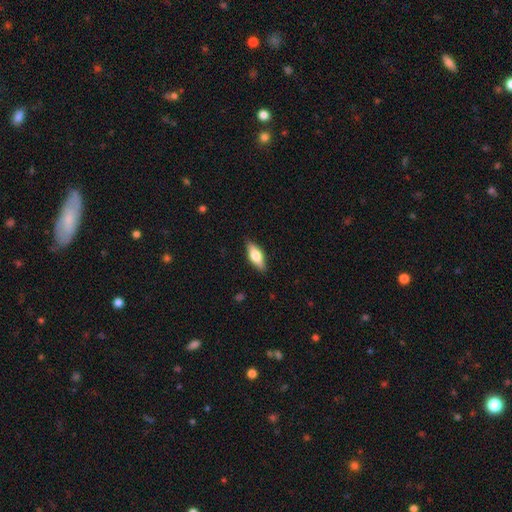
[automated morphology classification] This is likely a smooth galaxy (62%). How rounded: likely in between (72%). Merging: clearly none (86%).